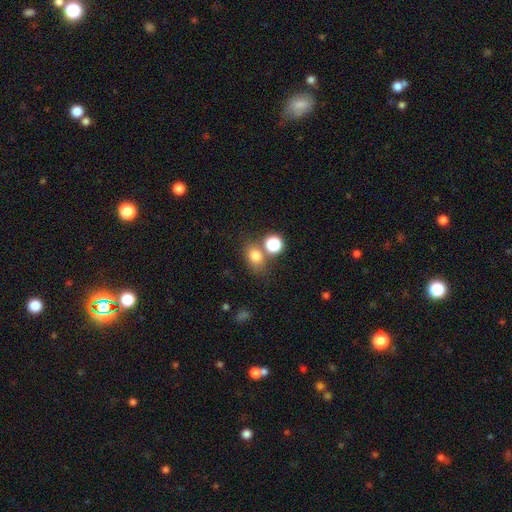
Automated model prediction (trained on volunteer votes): Q: Smooth or featured?
A: smooth (78%); runner-up: star or artifact (14%)
Q: How rounded?
A: in between (56%); runner-up: round (42%)
Q: Merging?
A: none (60%); runner-up: merger (22%)